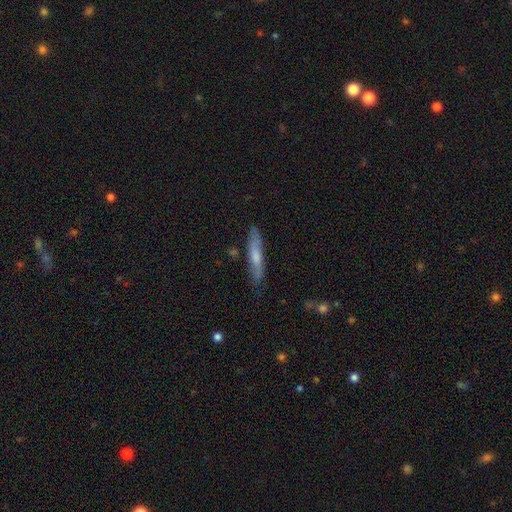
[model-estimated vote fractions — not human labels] Overall: smooth (57%; featured or disk 37%). How rounded: cigar-shaped (89%). Merging: none (80%).